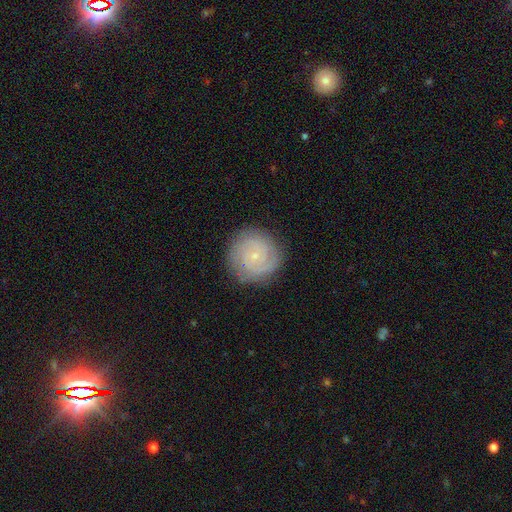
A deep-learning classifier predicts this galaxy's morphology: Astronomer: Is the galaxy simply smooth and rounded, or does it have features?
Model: featured or disk — 73%.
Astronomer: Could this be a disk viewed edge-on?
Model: no — 98%.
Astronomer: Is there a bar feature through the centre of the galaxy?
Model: no — 77%.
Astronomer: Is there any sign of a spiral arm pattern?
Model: yes — 93%.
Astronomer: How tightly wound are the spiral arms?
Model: tight — 72%.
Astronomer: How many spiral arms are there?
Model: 2 — 39% (runner-up: can't tell, 25%).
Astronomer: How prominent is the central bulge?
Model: small — 85%.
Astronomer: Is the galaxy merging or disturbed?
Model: none — 86%.